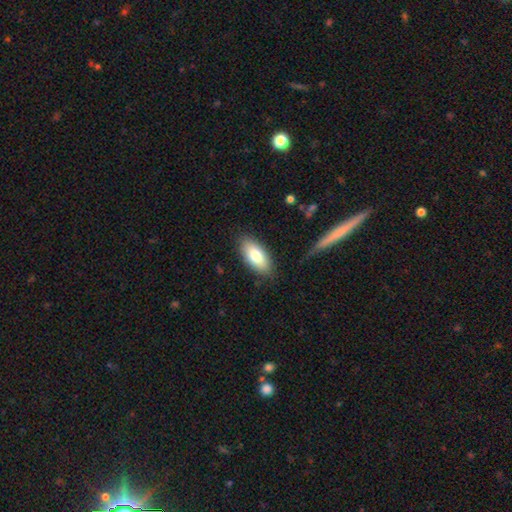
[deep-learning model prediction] smooth_or_featured: smooth (p=0.78) [alt: featured or disk p=0.16]
how_rounded: in between (p=0.90) [alt: cigar-shaped p=0.07]
merging: none (p=0.83) [alt: minor disturbance p=0.12]